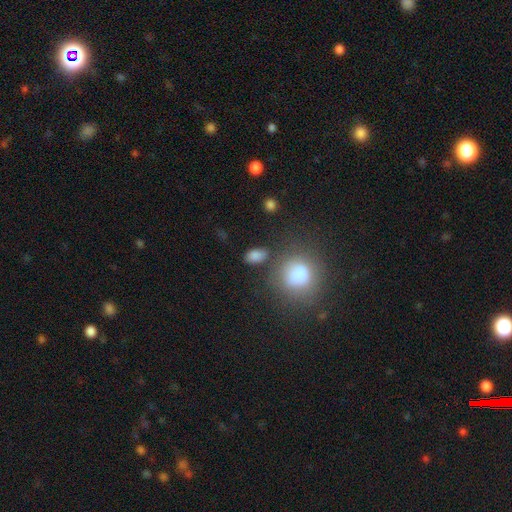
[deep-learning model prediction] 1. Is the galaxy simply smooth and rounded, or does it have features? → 83% smooth, 11% star or artifact, 6% featured or disk.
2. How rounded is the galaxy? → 86% in between, 12% round, 2% cigar-shaped.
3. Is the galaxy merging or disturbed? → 76% none, 13% minor disturbance, 6% merger, 5% major disturbance.